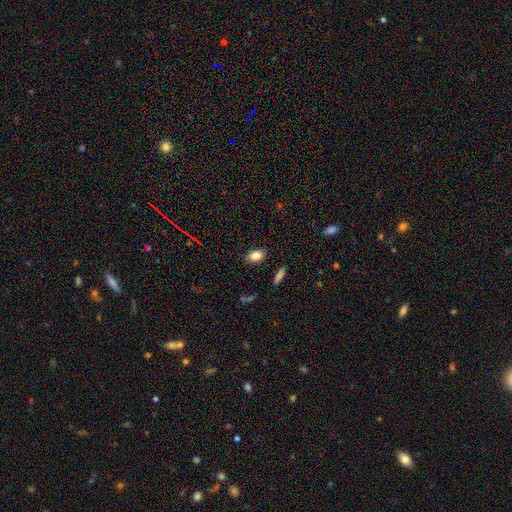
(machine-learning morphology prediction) Smooth or featured: smooth — 86% (star or artifact — 8%)
How rounded: in between — 87% (round — 11%)
Merging: none — 87% (minor disturbance — 9%)